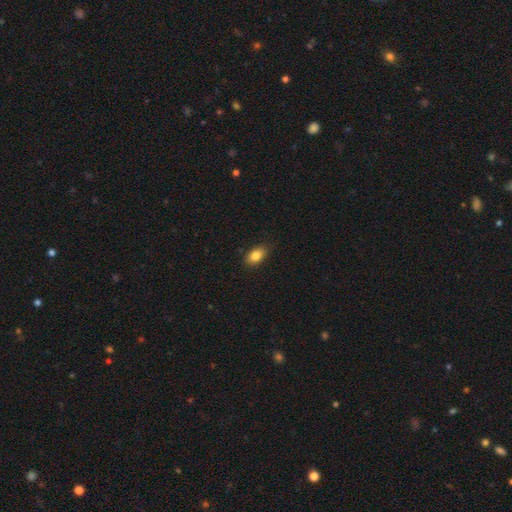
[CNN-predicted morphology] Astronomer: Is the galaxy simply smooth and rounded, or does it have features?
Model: smooth — 84%.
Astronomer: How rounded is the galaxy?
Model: in between — 88%.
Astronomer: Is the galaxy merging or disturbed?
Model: none — 85%.